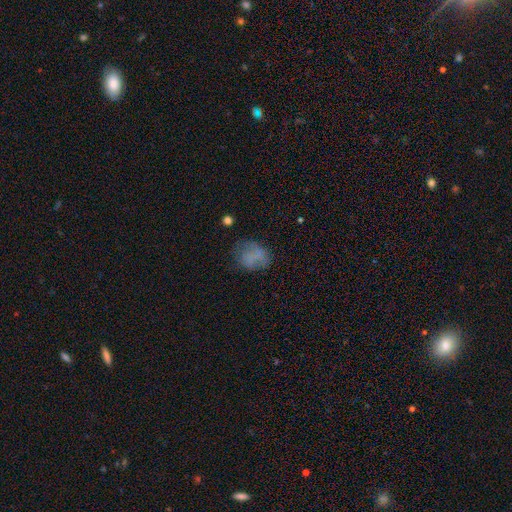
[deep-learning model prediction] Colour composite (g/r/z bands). It shows a smooth galaxy with no disk features (63%) that is in between round and cigar-shaped (54%). Merging: none (53%).